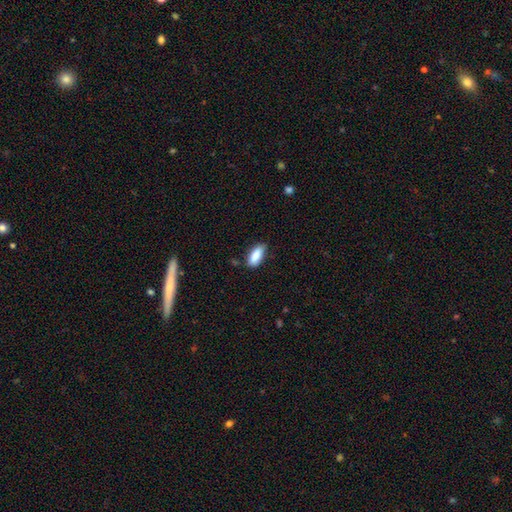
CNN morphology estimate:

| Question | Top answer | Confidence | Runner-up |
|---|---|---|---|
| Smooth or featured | smooth | 87% | star or artifact (7%) |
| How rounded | in between | 83% | cigar-shaped (15%) |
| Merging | none | 72% | minor disturbance (22%) |